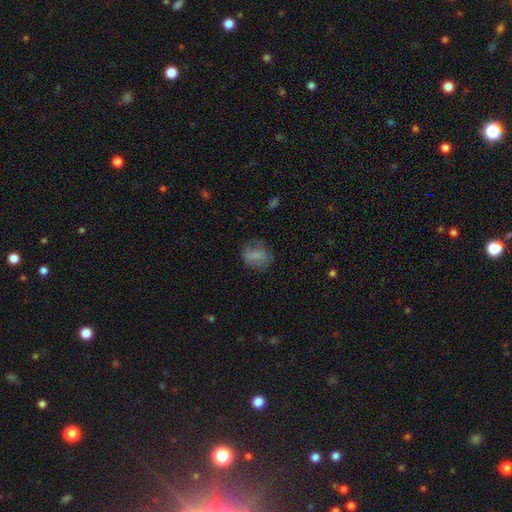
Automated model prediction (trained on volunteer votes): Smooth or featured?
  - smooth: 71% *
  - featured or disk: 19%
  - star or artifact: 10%
How rounded?
  - in between: 51% *
  - round: 46%
  - cigar-shaped: 2%
Merging?
  - none: 68% *
  - minor disturbance: 20%
  - major disturbance: 10%
  - merger: 2%